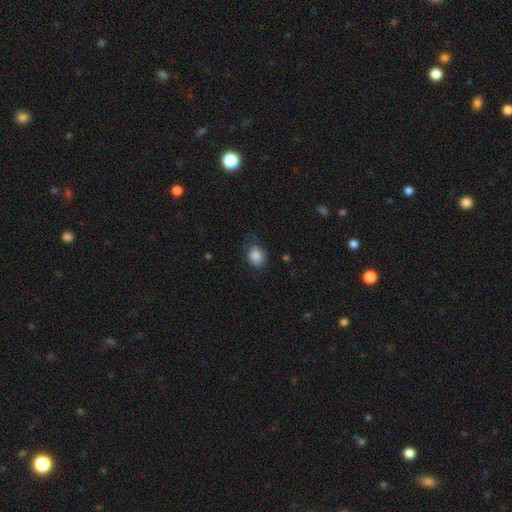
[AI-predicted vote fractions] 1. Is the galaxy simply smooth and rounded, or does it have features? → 86% smooth, 9% star or artifact, 6% featured or disk.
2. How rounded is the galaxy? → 54% round, 45% in between, 1% cigar-shaped.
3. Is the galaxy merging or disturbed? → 66% none, 25% minor disturbance, 9% major disturbance, 1% merger.